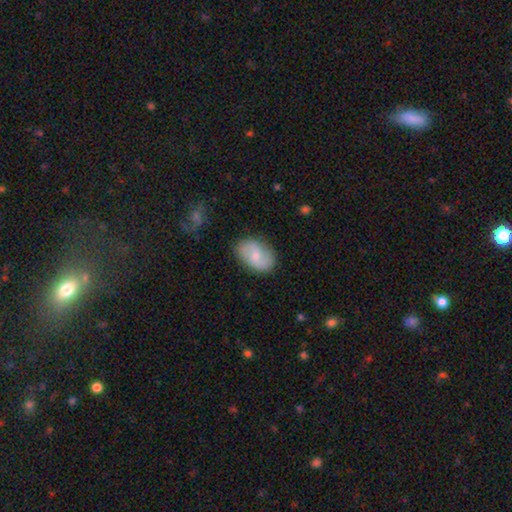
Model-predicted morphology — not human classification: Overall: featured or disk (53%; smooth 41%). Edge-on disk: no (96%). Bar: no (46%; weak 45%). Spiral arms: yes (86%). Bulge size: small (54%; moderate 38%). Merging: none (80%).